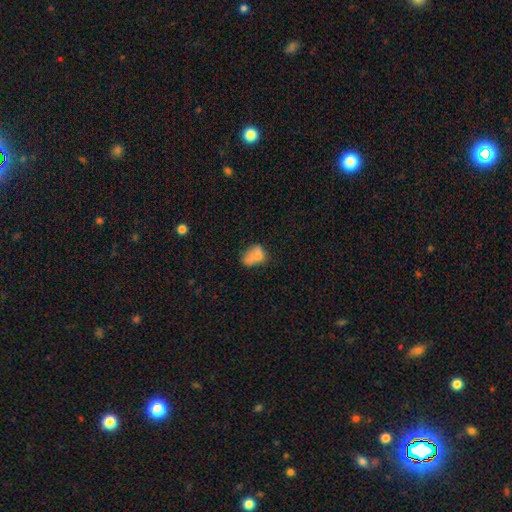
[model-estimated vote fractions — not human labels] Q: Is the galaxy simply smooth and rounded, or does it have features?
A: smooth — 69%.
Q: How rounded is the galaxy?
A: in between — 78%.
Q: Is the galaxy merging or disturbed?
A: none — 35%.